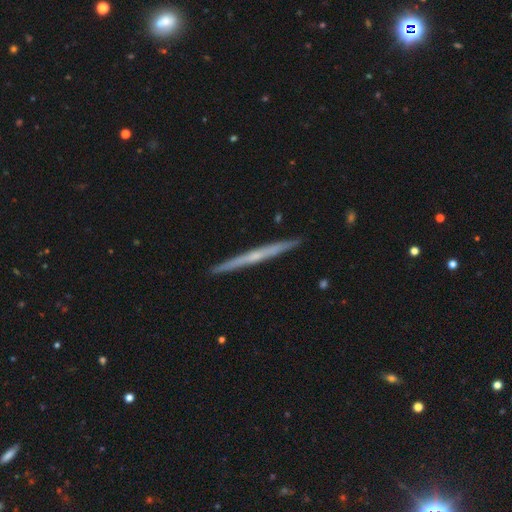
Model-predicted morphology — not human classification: A featured or disk galaxy (68%) viewed edge-on (98%) with no central bulge (58%). Merging: none (92%).